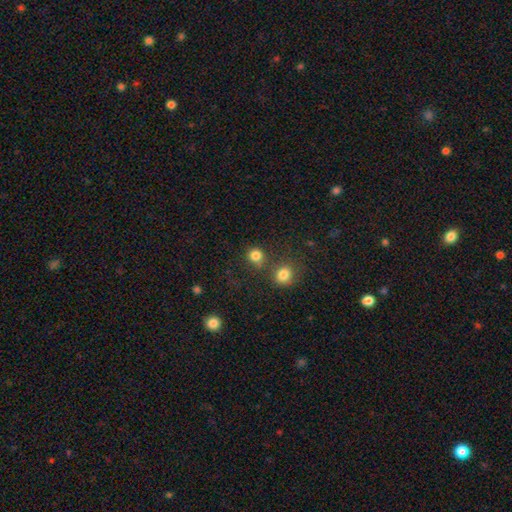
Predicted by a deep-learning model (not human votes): Smooth or featured? smooth (82%)
How rounded? round (86%)
Merging? none (69%)